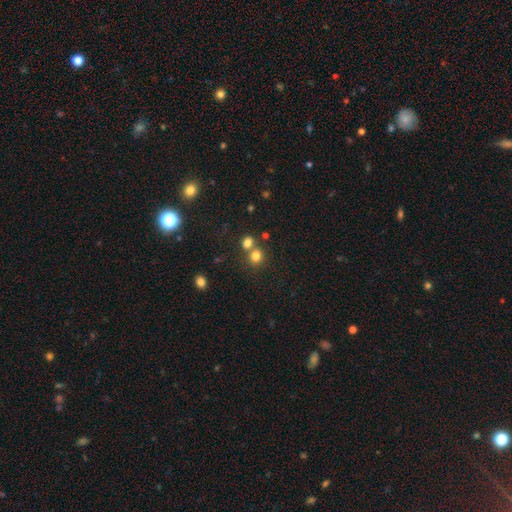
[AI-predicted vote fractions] Overall: smooth (78%). How rounded: round (79%). Merging: none (52%; merger 38%).